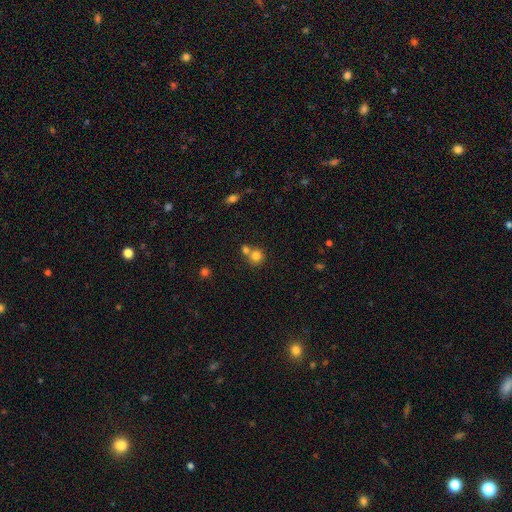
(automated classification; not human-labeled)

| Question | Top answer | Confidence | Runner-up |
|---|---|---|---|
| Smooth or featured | smooth | 79% | star or artifact (12%) |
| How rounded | round | 87% | in between (12%) |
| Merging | none | 51% | merger (40%) |